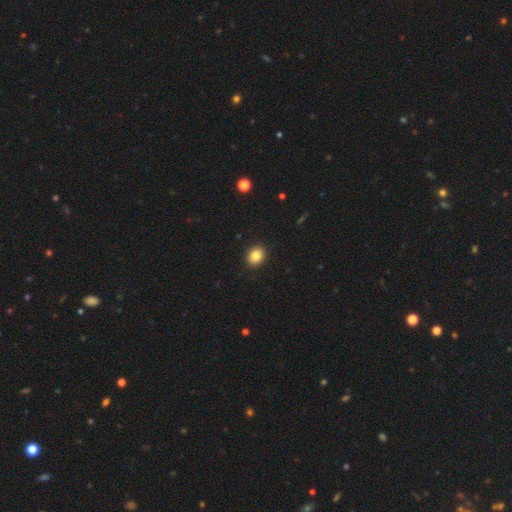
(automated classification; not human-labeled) smooth_or_featured: smooth (p=0.85) [alt: star or artifact p=0.10]
how_rounded: round (p=0.57) [alt: in between p=0.43]
merging: none (p=0.91) [alt: minor disturbance p=0.07]